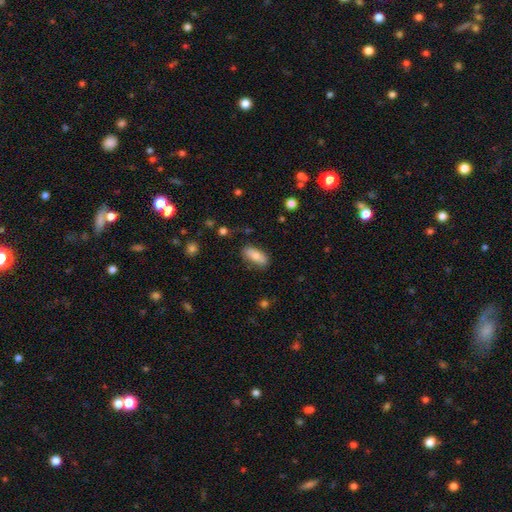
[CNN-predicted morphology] smooth 77%, featured or disk 16%, star or artifact 7%. Down the decision tree: how rounded — in between (83%); merging — none (75%).